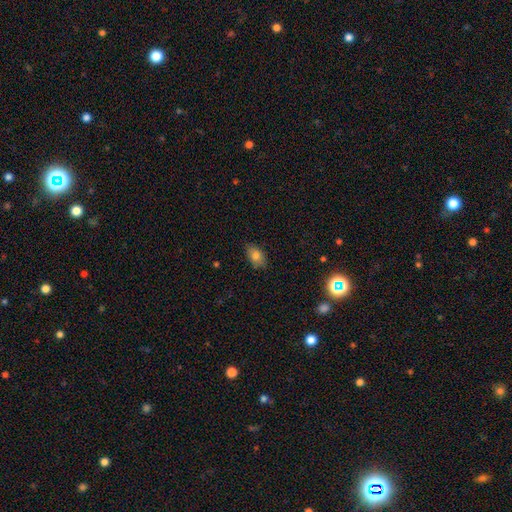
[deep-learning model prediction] Morphology: type=smooth (78%); roundness=in between (87%); merging=none (82%).